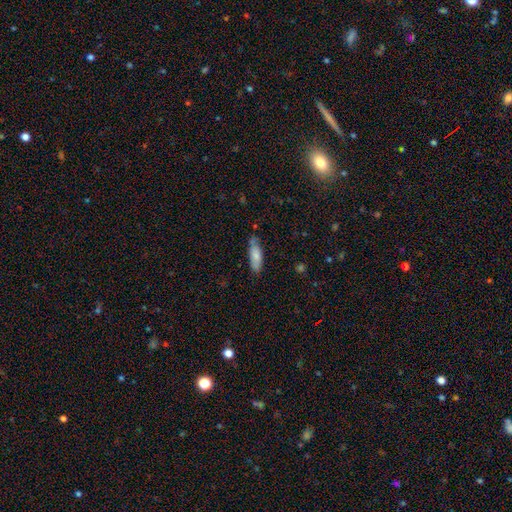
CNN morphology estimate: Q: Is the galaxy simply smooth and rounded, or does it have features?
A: smooth — 78%.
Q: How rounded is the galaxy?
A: in between — 60%.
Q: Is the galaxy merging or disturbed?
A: none — 68%.